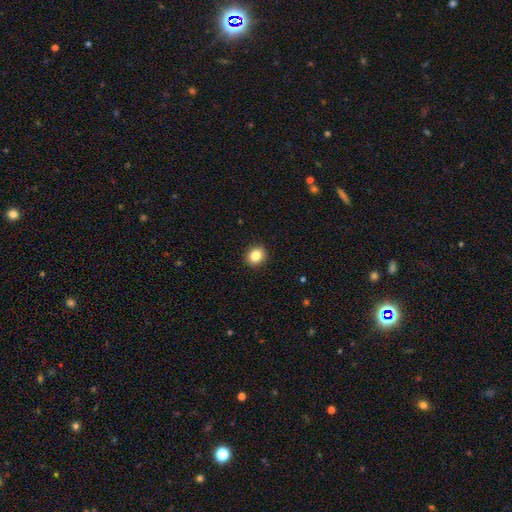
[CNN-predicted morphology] type=smooth (85%); roundness=round (70%); merging=none (91%).